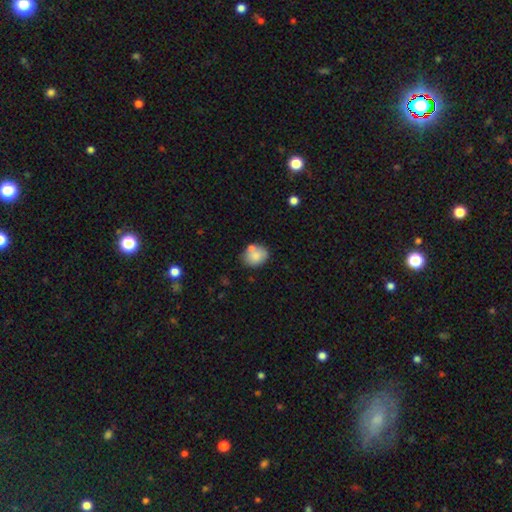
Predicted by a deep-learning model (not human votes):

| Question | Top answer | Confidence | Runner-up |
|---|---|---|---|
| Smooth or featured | smooth | 78% | featured or disk (14%) |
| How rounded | in between | 56% | round (43%) |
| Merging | none | 62% | merger (17%) |